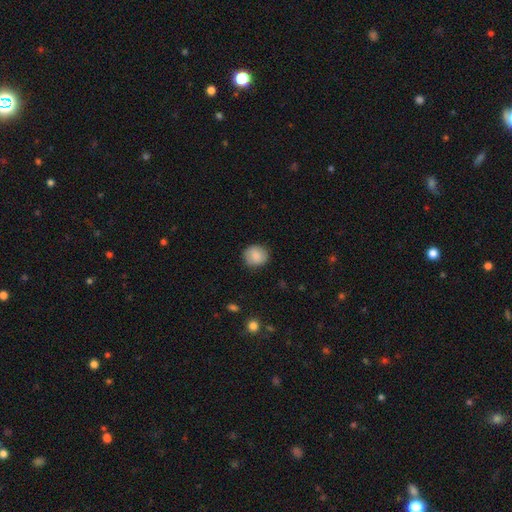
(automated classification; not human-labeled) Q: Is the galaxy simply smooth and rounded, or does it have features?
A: smooth — 86%.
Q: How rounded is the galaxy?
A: round — 84%.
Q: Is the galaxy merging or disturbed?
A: none — 85%.